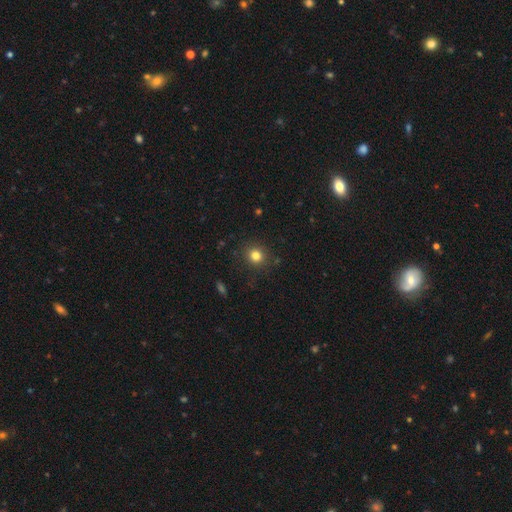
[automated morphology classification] Smooth or featured: smooth — 81% (star or artifact — 13%)
How rounded: round — 87% (in between — 13%)
Merging: none — 88% (minor disturbance — 8%)